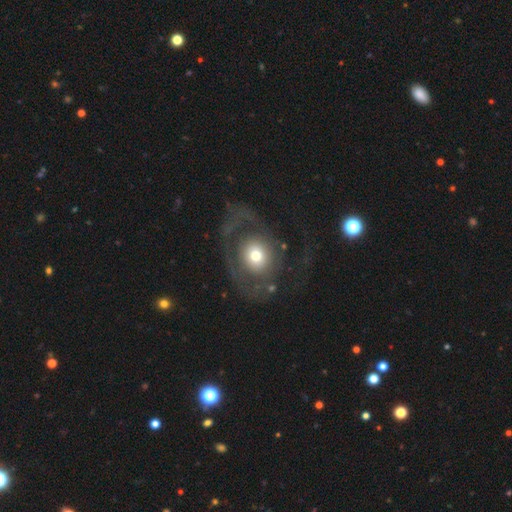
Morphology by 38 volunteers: Smooth or featured? smooth (47%, tied with featured or disk)
How rounded? round (61%)
Merging? none (50%)